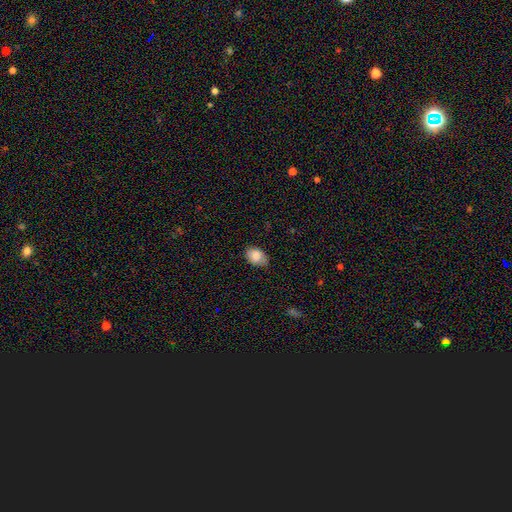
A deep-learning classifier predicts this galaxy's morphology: smooth_or_featured: smooth (p=0.85) [alt: featured or disk p=0.08]
how_rounded: in between (p=0.84) [alt: round p=0.15]
merging: none (p=0.76) [alt: minor disturbance p=0.20]